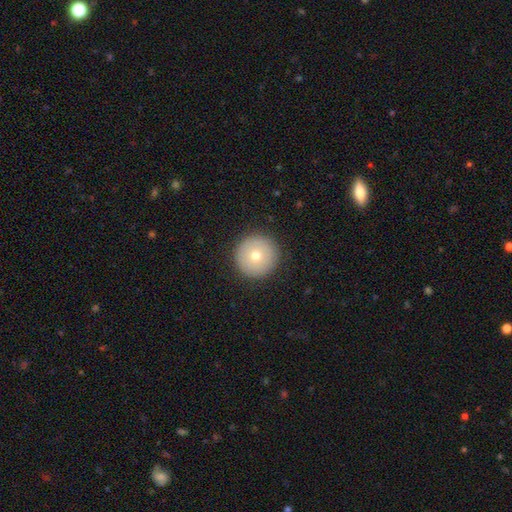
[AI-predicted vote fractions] Overall: smooth (70%). How rounded: round (97%). Merging: none (92%).